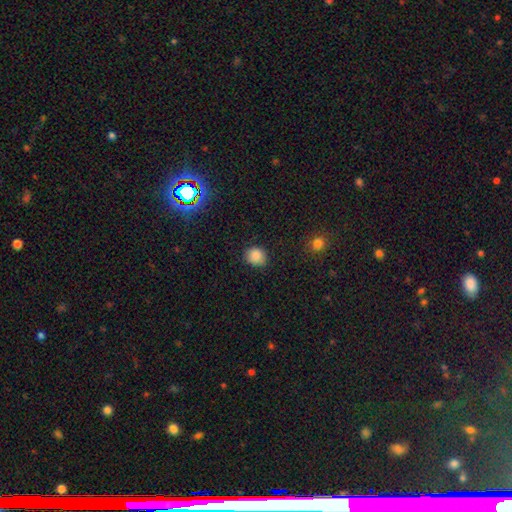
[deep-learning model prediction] smooth 85%, star or artifact 11%, featured or disk 4%. Down the decision tree: how rounded — round (79%); merging — none (83%).